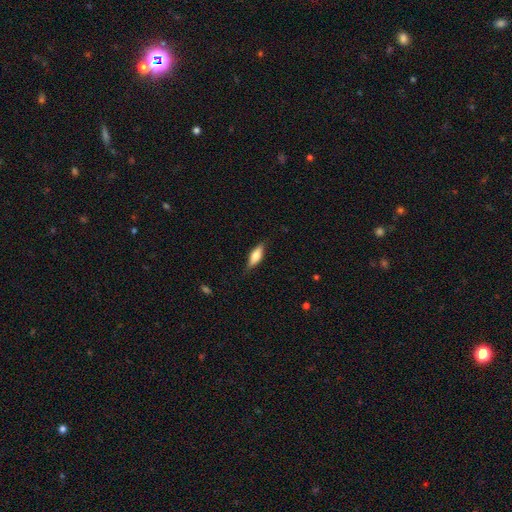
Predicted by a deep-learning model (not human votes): Smooth or featured?
  - smooth: 60% *
  - featured or disk: 33%
  - star or artifact: 7%
How rounded?
  - in between: 63% *
  - cigar-shaped: 34%
  - round: 3%
Merging?
  - none: 78% *
  - minor disturbance: 17%
  - major disturbance: 3%
  - merger: 1%